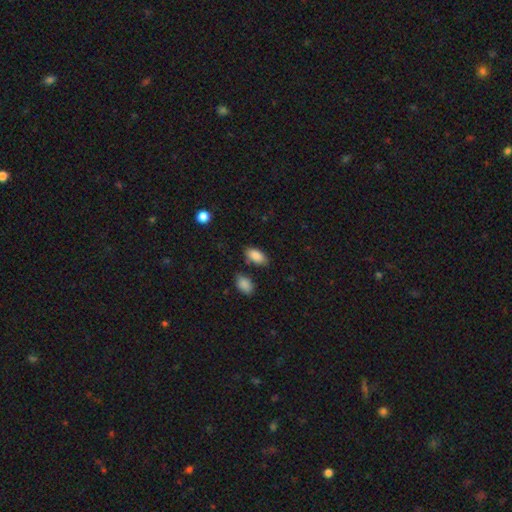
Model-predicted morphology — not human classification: This is clearly a smooth galaxy (88%). How rounded: clearly in between (94%). Merging: likely none (73%).